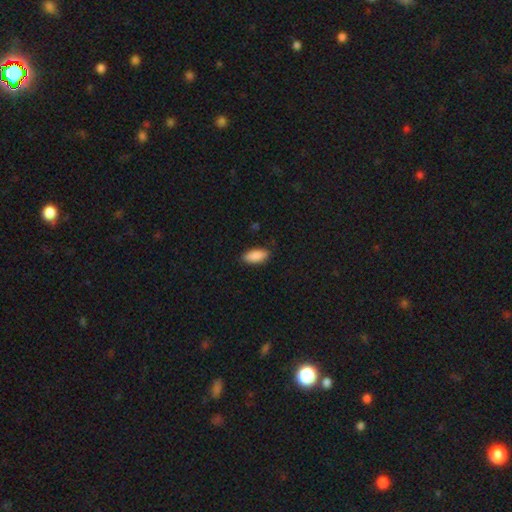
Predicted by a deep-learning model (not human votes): A smooth galaxy with no disk features (90%) that is in between round and cigar-shaped (85%). Merging: none (85%).